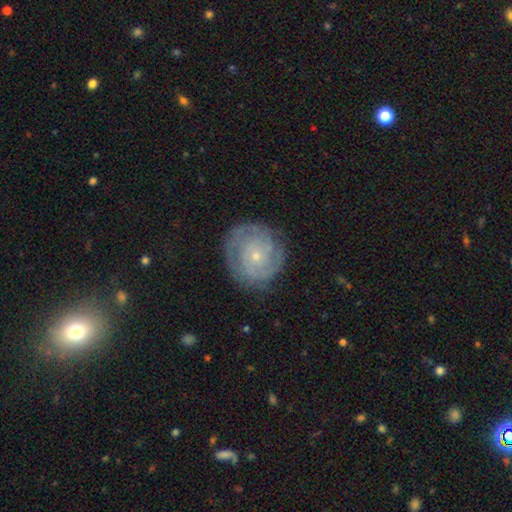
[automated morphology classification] featured or disk 76%, smooth 17%, star or artifact 7%. Down the decision tree: edge-on disk — no (98%); bar — no (82%); spiral arms — yes (90%); spiral arm count — can't tell (36%); spiral winding — tight (72%); bulge size — small (81%); merging — none (80%).